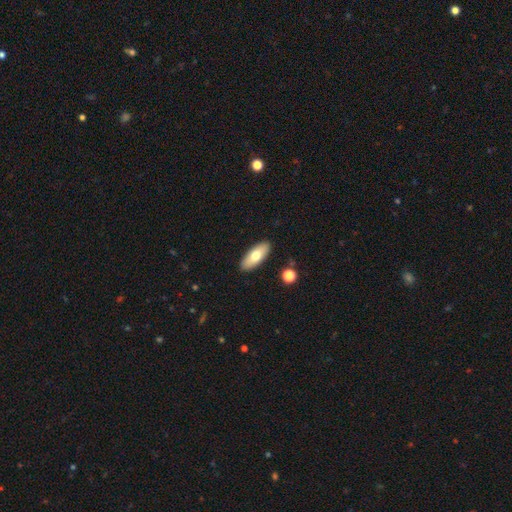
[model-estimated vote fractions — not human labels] Overall: smooth (70%). How rounded: in between (79%). Merging: none (89%).